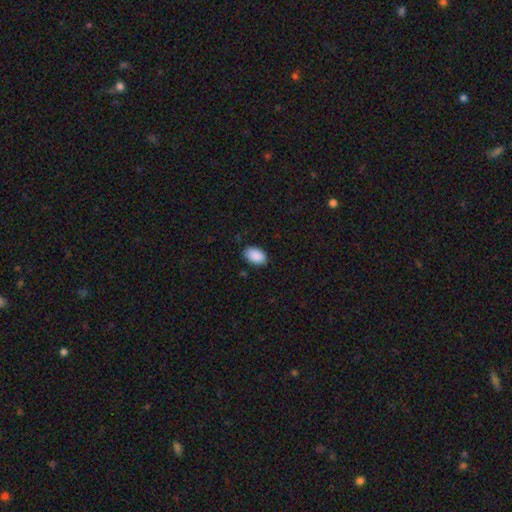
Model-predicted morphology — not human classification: This appears to be a smooth galaxy with no disk features (91%) that is in between round and cigar-shaped (92%). Merging: none (86%).